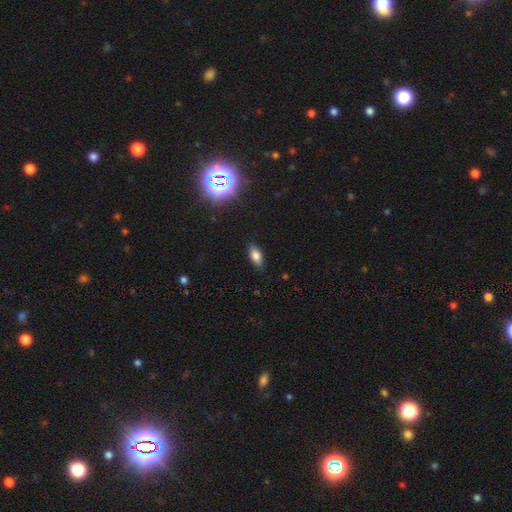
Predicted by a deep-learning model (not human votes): Overall: smooth (79%). How rounded: in between (86%). Merging: none (85%).